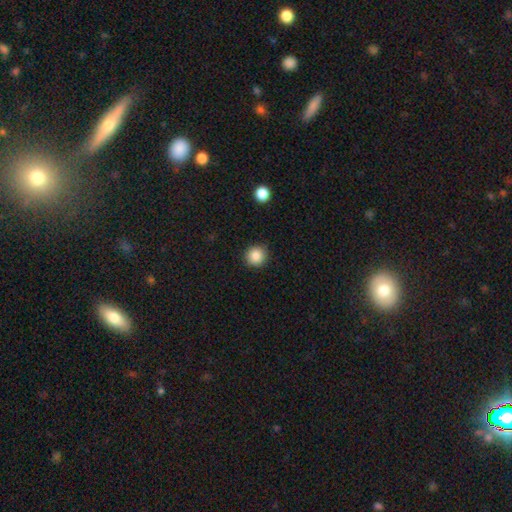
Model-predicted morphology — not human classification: Smooth or featured: smooth — 87% (star or artifact — 9%)
How rounded: round — 92% (in between — 7%)
Merging: none — 89% (minor disturbance — 8%)